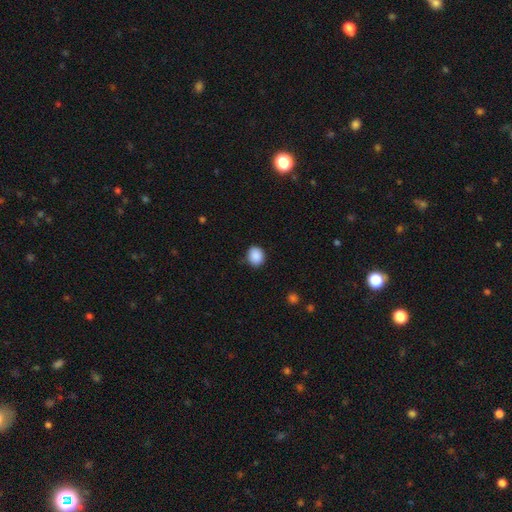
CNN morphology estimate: Smooth or featured: smooth — 89% (star or artifact — 8%)
How rounded: round — 66% (in between — 33%)
Merging: none — 84% (minor disturbance — 12%)